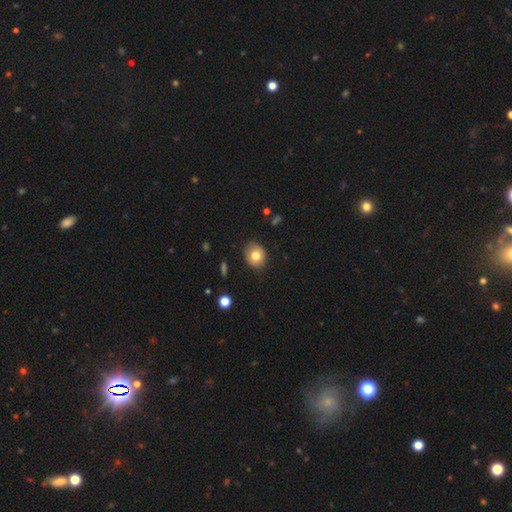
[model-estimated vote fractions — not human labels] Overall: smooth (78%). How rounded: round (68%; in between 31%). Merging: none (85%).